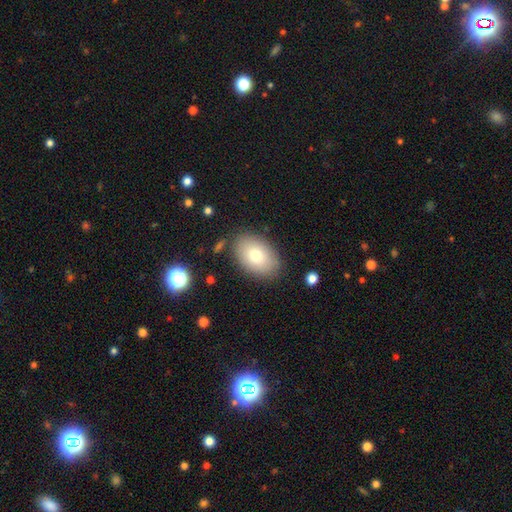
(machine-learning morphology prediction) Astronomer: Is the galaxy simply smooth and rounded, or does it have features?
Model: smooth — 76%.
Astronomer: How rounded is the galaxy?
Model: in between — 88%.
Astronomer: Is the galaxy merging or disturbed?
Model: none — 83%.